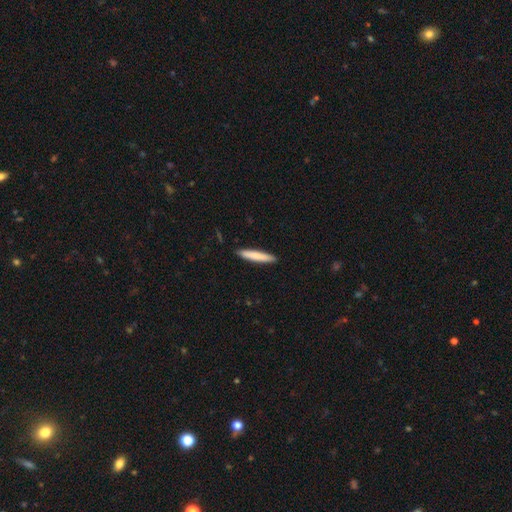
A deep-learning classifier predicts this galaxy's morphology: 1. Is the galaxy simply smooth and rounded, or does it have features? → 79% smooth, 16% featured or disk, 5% star or artifact.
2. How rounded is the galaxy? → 93% cigar-shaped, 6% in between, 1% round.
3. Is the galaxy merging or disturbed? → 90% none, 7% minor disturbance, 1% major disturbance, 1% merger.